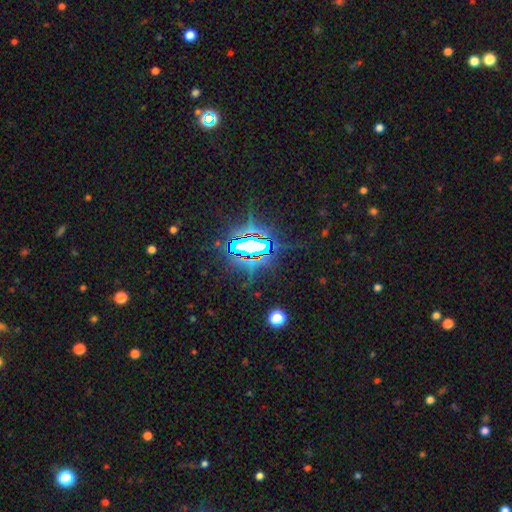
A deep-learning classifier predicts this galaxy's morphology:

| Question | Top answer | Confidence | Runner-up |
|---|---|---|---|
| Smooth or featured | star or artifact | 77% | featured or disk (12%) |